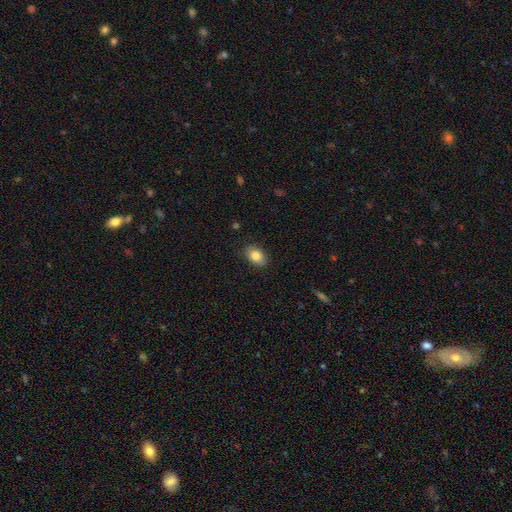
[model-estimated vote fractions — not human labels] Smooth or featured? smooth (84%)
How rounded? in between (87%)
Merging? none (88%)